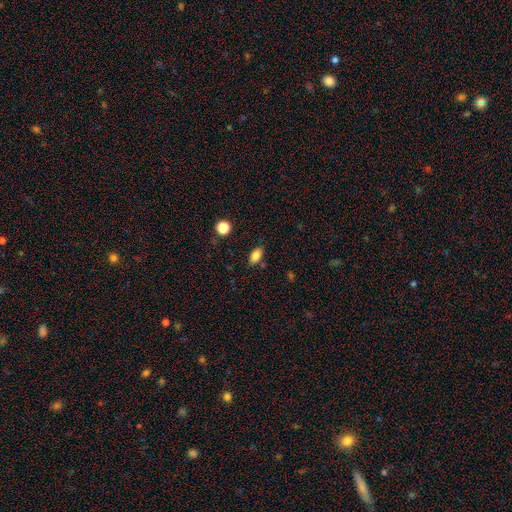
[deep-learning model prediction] smooth 84%, star or artifact 9%, featured or disk 7%. Down the decision tree: how rounded — in between (89%); merging — none (81%).